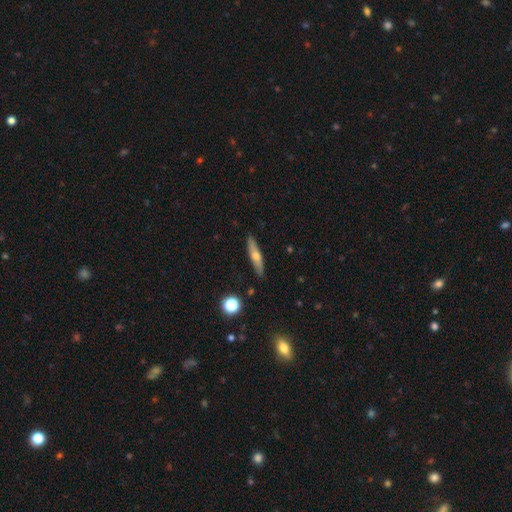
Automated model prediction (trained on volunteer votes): This is possibly a smooth galaxy (49%). Merging: clearly none (88%).